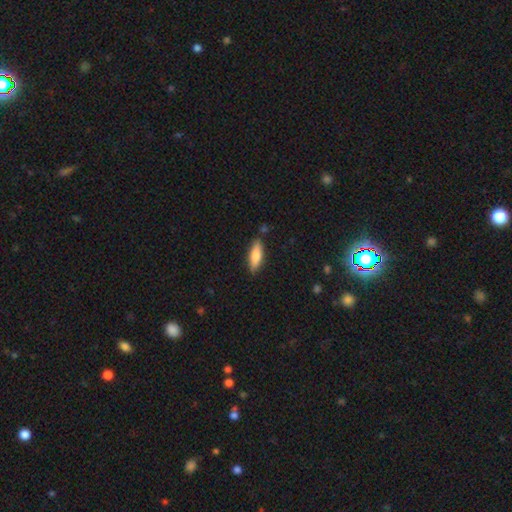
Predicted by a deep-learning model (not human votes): Smooth or featured?
  - smooth: 77% *
  - featured or disk: 17%
  - star or artifact: 6%
How rounded?
  - in between: 57% *
  - cigar-shaped: 41%
  - round: 2%
Merging?
  - none: 83% *
  - minor disturbance: 12%
  - merger: 3%
  - major disturbance: 2%